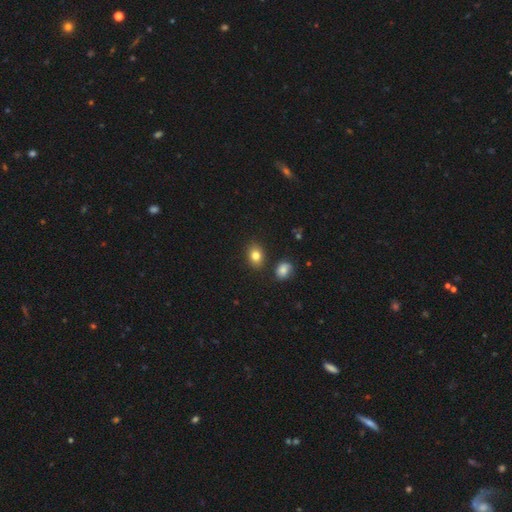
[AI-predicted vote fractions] smooth_or_featured: smooth (p=0.82) [alt: star or artifact p=0.10]
how_rounded: in between (p=0.61) [alt: round p=0.37]
merging: none (p=0.83) [alt: minor disturbance p=0.10]